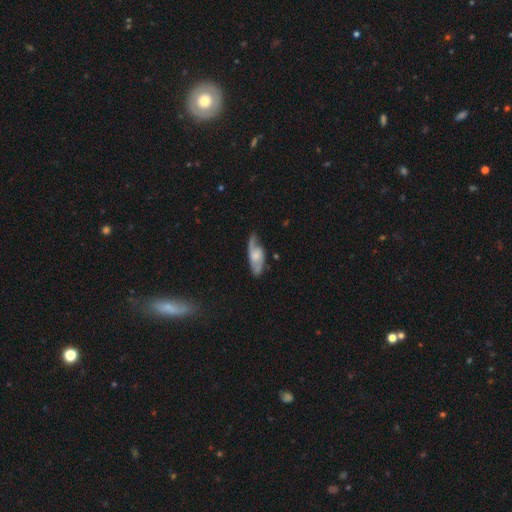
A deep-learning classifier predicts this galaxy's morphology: Smooth or featured? Predicted: featured or disk (p=0.66). Edge-on disk? Predicted: no (p=0.87). Bar? Predicted: no (p=0.64). Spiral arms? Predicted: yes (p=0.89). Spiral winding? Predicted: medium (p=0.43). Spiral arm count? Predicted: 2 (p=0.65). Bulge size? Predicted: moderate (p=0.35). Merging? Predicted: none (p=0.57).